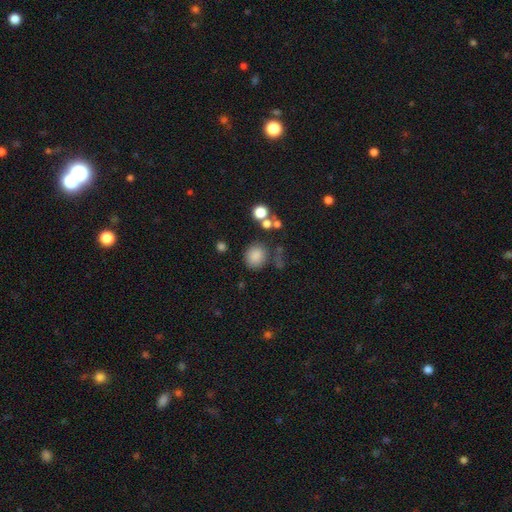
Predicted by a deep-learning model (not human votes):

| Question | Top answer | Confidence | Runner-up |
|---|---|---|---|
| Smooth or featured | smooth | 83% | star or artifact (12%) |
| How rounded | round | 79% | in between (20%) |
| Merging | none | 73% | minor disturbance (14%) |